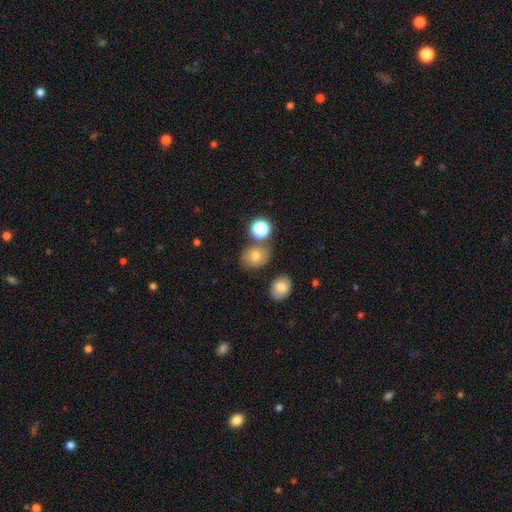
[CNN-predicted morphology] smooth 72%, featured or disk 15%, star or artifact 14%. Down the decision tree: how rounded — round (51%); merging — none (67%).